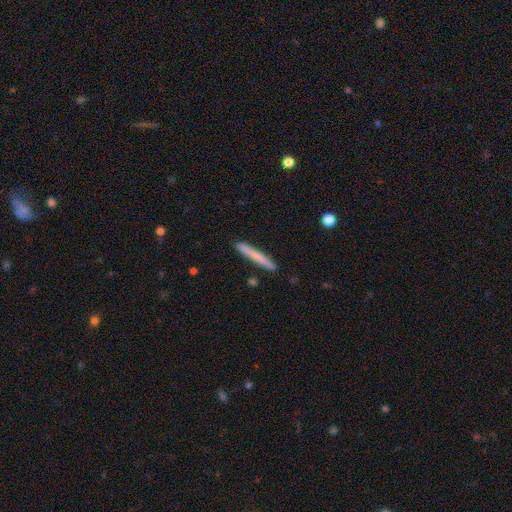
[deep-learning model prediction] Smooth or featured? Predicted: smooth (p=0.70). How rounded? Predicted: cigar-shaped (p=0.96). Merging? Predicted: none (p=0.88).